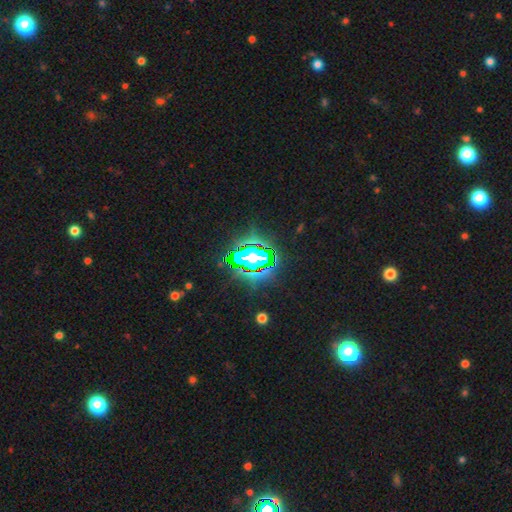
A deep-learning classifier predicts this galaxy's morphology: star or artifact 82%, smooth 11%, featured or disk 7%.